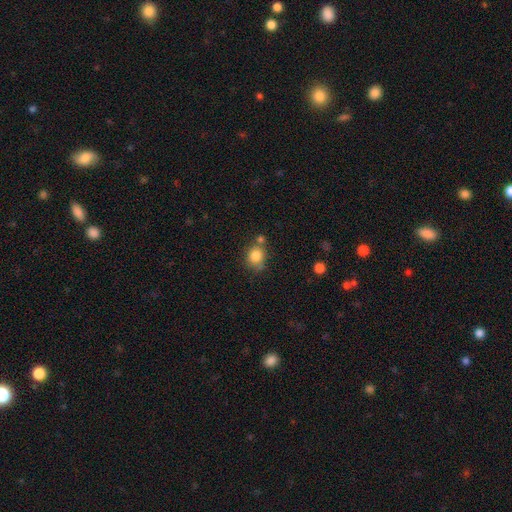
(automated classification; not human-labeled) Smooth or featured: smooth — 84% (star or artifact — 10%)
How rounded: round — 69% (in between — 30%)
Merging: none — 56% (merger — 20%)